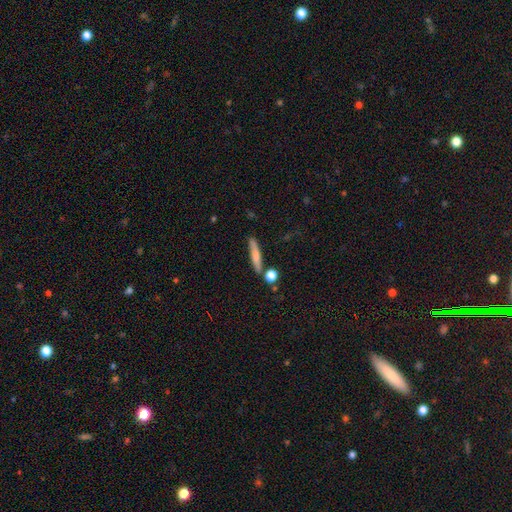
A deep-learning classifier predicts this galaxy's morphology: Smooth or featured?
  - smooth: 68% *
  - featured or disk: 24%
  - star or artifact: 7%
How rounded?
  - cigar-shaped: 86% *
  - in between: 9%
  - round: 4%
Merging?
  - none: 78% *
  - minor disturbance: 11%
  - merger: 8%
  - major disturbance: 3%